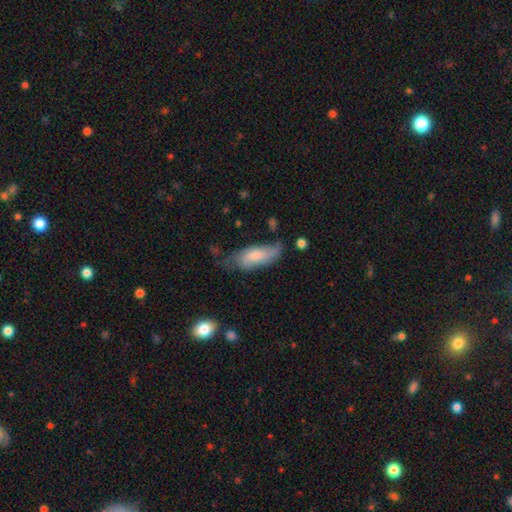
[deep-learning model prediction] Morphology: type=smooth (65%); roundness=in between (75%); merging=none (44%).